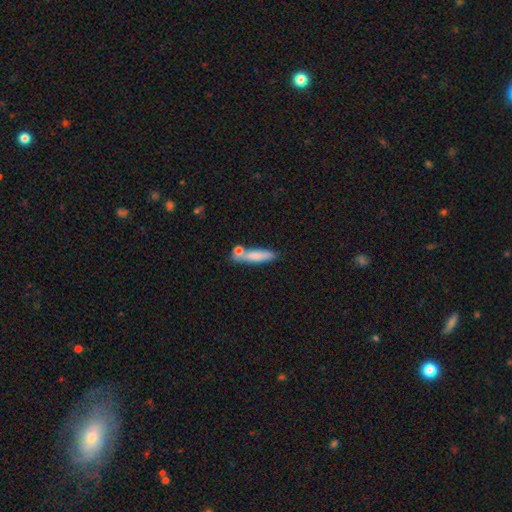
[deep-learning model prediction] The model was most divided on "merging": none: 62%, merger: 19%, minor disturbance: 15%, major disturbance: 4%. More confident: smooth or featured — smooth (77%); how rounded — cigar-shaped (77%).